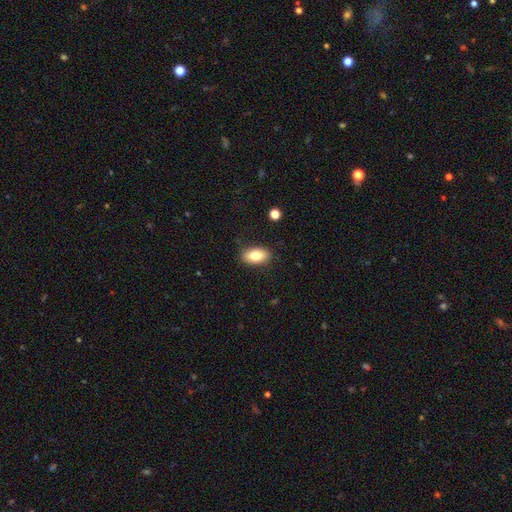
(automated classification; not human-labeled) Smooth or featured?
  - smooth: 81% *
  - featured or disk: 12%
  - star or artifact: 7%
How rounded?
  - in between: 91% *
  - round: 6%
  - cigar-shaped: 3%
Merging?
  - none: 85% *
  - minor disturbance: 11%
  - major disturbance: 3%
  - merger: 1%